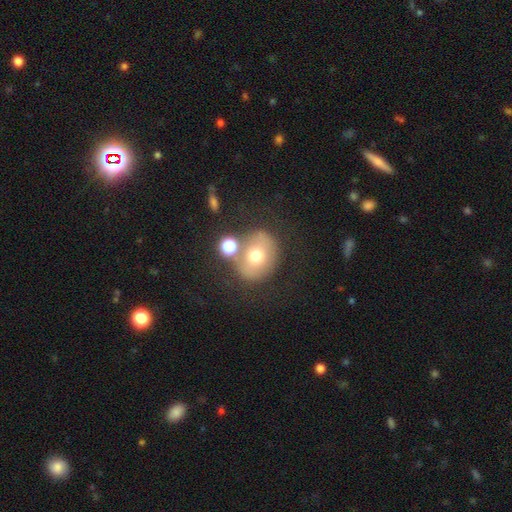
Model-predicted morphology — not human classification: smooth 61%, featured or disk 27%, star or artifact 12%. Down the decision tree: how rounded — round (62%); merging — none (60%).